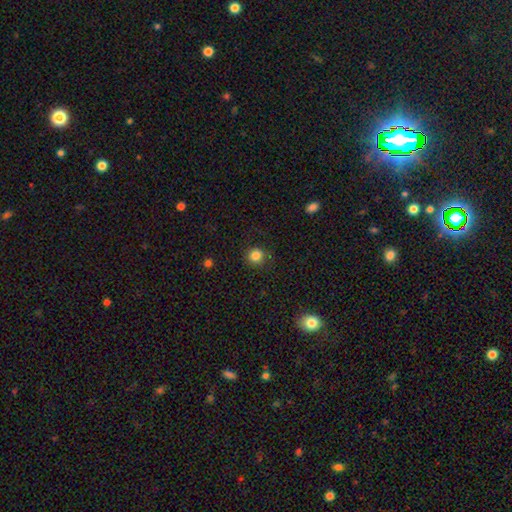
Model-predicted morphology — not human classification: Overall: smooth (83%). How rounded: round (90%). Merging: none (82%).